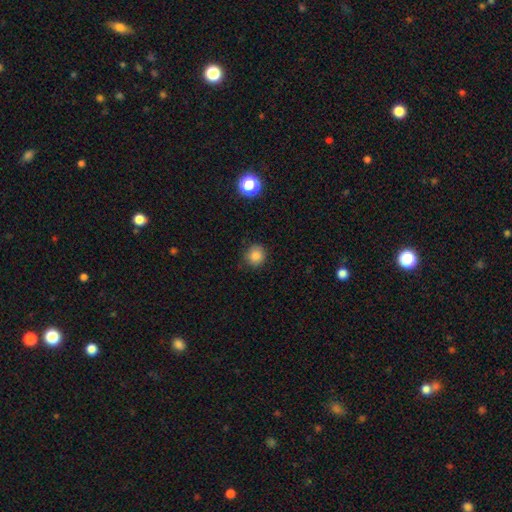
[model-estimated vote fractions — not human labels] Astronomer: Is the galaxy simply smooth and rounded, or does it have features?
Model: smooth — 83%.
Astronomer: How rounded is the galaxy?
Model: round — 89%.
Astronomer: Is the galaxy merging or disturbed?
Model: none — 83%.